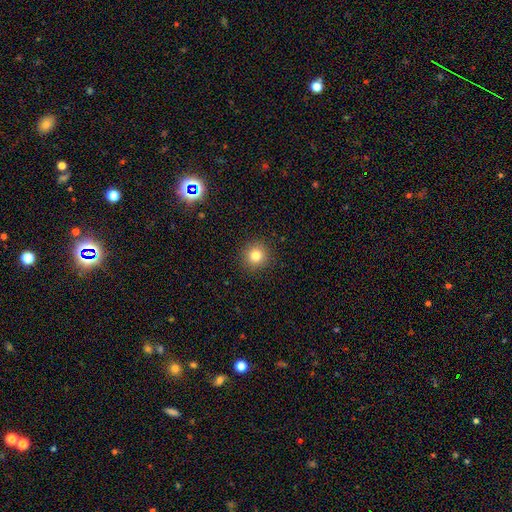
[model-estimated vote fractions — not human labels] Smooth or featured? smooth (80%)
How rounded? round (94%)
Merging? none (92%)